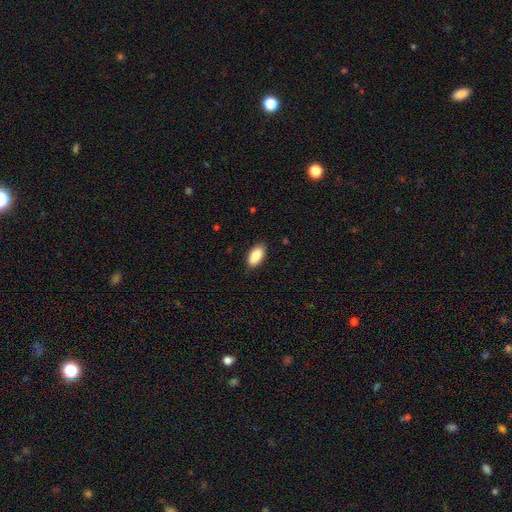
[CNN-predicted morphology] smooth_or_featured: smooth (p=0.88) [alt: star or artifact p=0.06]
how_rounded: in between (p=0.94) [alt: cigar-shaped p=0.03]
merging: none (p=0.87) [alt: minor disturbance p=0.10]